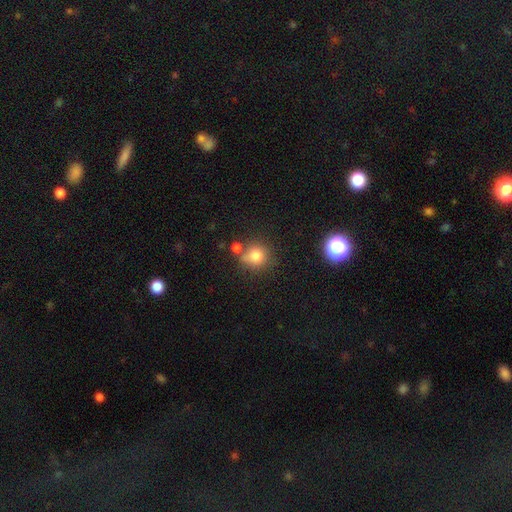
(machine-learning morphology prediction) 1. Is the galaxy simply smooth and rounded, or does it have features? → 78% smooth, 12% star or artifact, 10% featured or disk.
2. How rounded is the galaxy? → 86% round, 13% in between, 1% cigar-shaped.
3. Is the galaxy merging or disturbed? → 64% none, 17% merger, 15% minor disturbance, 5% major disturbance.